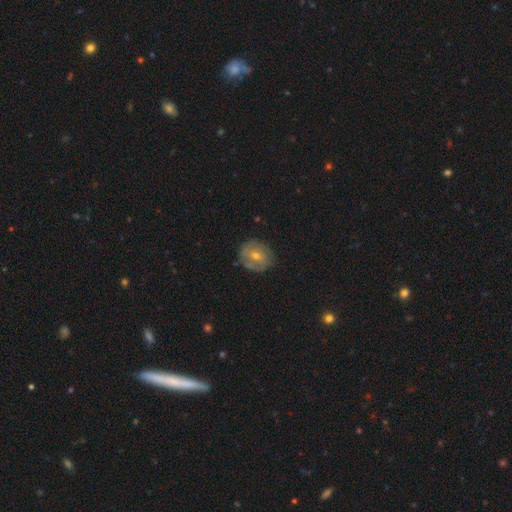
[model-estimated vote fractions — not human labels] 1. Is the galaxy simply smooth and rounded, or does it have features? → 47% featured or disk, 41% smooth, 12% star or artifact.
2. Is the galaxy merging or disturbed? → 77% none, 17% minor disturbance, 5% major disturbance, 1% merger.